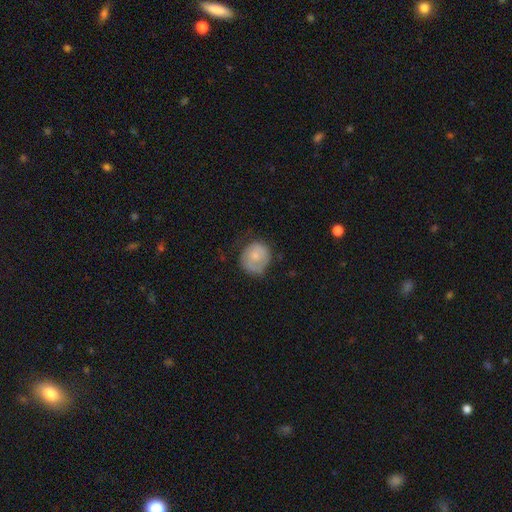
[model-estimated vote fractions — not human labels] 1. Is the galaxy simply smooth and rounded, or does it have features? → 60% smooth, 34% featured or disk, 7% star or artifact.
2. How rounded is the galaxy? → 78% round, 21% in between, 1% cigar-shaped.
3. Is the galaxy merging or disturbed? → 57% none, 28% minor disturbance, 13% major disturbance, 2% merger.